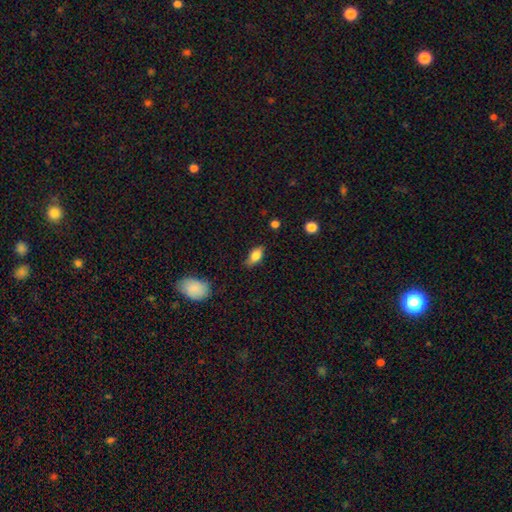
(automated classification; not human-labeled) Q: Smooth or featured?
A: smooth (77%); runner-up: featured or disk (15%)
Q: How rounded?
A: in between (86%); runner-up: cigar-shaped (8%)
Q: Merging?
A: none (76%); runner-up: minor disturbance (19%)